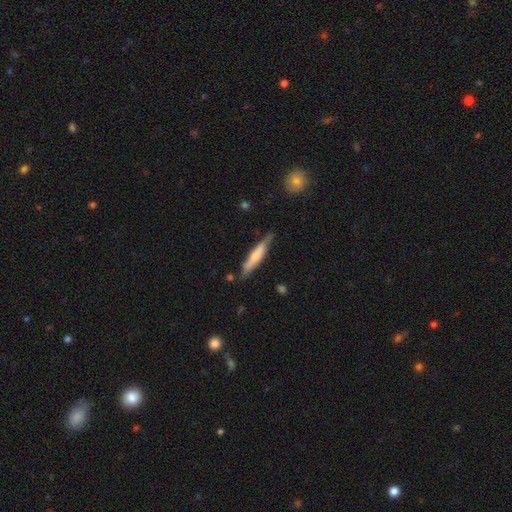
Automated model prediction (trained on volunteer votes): A smooth galaxy with no disk features (59%) that is cigar-shaped (87%).

Vote fractions:
- Smooth or featured? smooth: 59% / featured or disk: 36% / star or artifact: 5%
- How rounded? cigar-shaped: 87% / in between: 12% / round: 1%
- Merging? none: 74% / minor disturbance: 20% / major disturbance: 3% / merger: 2%